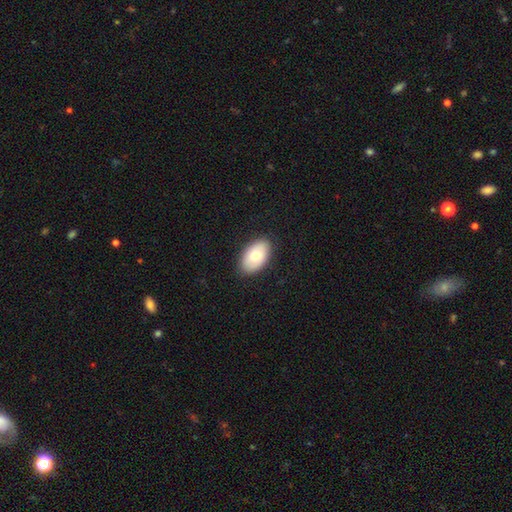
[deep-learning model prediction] Overall: smooth (72%). How rounded: in between (93%). Merging: none (86%).